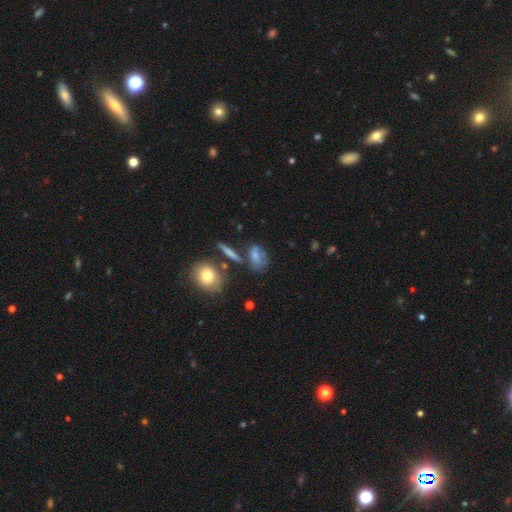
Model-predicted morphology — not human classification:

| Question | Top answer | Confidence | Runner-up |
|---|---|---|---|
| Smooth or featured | smooth | 56% | featured or disk (32%) |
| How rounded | in between | 69% | round (17%) |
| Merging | none | 48% | minor disturbance (22%) |